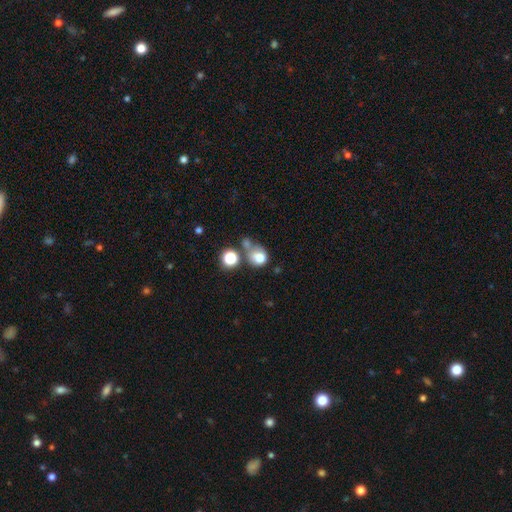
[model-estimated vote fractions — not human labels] smooth_or_featured: smooth (p=0.72) [alt: star or artifact p=0.15]
how_rounded: round (p=0.75) [alt: in between p=0.24]
merging: none (p=0.41) [alt: merger p=0.31]